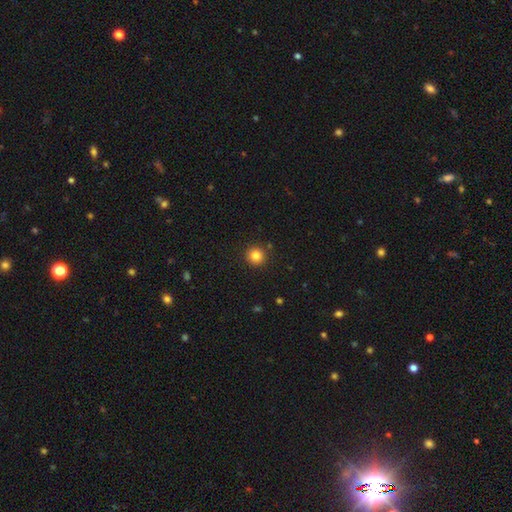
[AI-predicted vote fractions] smooth 84%, star or artifact 11%, featured or disk 5%. Down the decision tree: how rounded — round (94%); merging — none (91%).